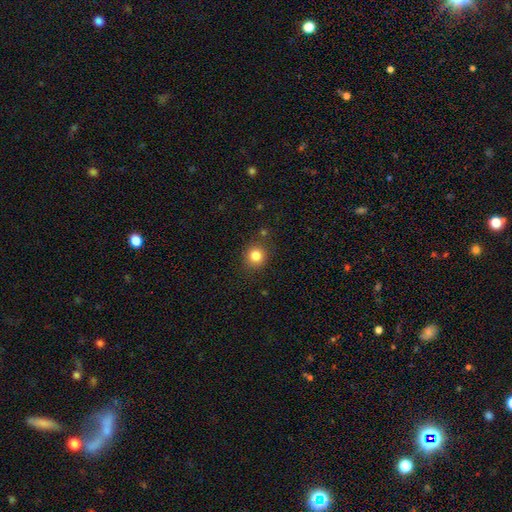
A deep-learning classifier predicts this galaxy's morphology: smooth-or-featured: smooth: 82% | star or artifact: 12% | featured or disk: 6%
  how-rounded: round: 87% | in between: 12% | cigar-shaped: 1%
  merging: none: 85% | minor disturbance: 9% | merger: 3% | major disturbance: 3%